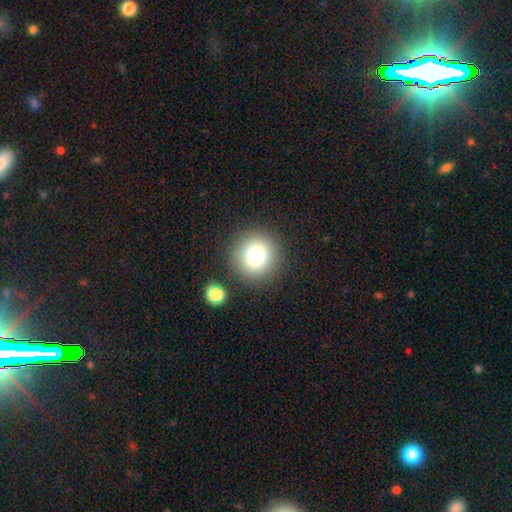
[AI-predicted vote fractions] Smooth or featured?
  - smooth: 78% *
  - star or artifact: 13%
  - featured or disk: 8%
How rounded?
  - round: 94% *
  - in between: 5%
  - cigar-shaped: 1%
Merging?
  - none: 87% *
  - minor disturbance: 7%
  - merger: 3%
  - major disturbance: 3%